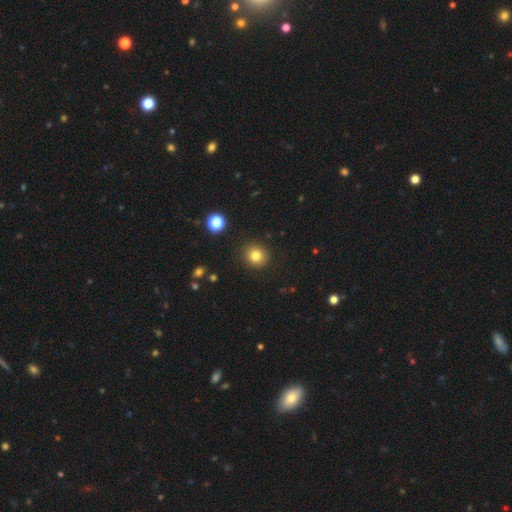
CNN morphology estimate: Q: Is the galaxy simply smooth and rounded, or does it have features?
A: smooth — 81%.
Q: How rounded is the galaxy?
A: round — 88%.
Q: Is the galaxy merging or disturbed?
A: none — 91%.